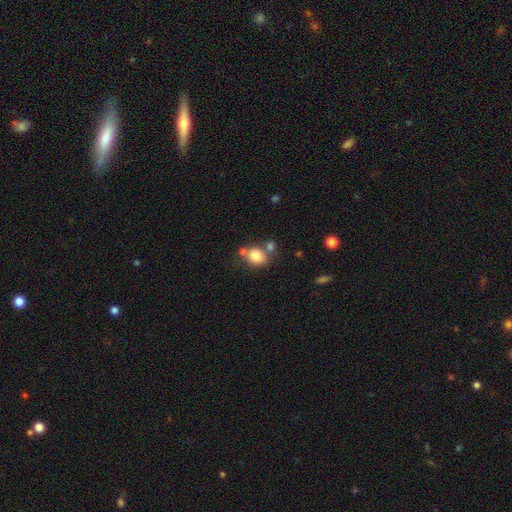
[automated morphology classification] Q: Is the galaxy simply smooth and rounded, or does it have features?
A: smooth — 80%.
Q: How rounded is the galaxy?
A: round — 57%.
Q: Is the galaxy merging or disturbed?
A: none — 58%.